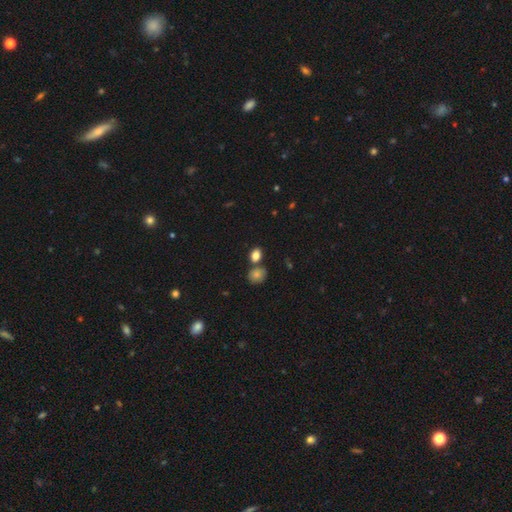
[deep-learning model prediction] This appears to be a smooth galaxy with no disk features (83%) that is in between round and cigar-shaped (64%). Merging: none (61%).